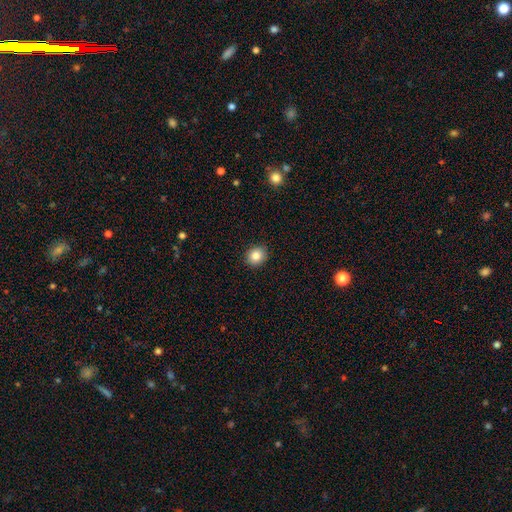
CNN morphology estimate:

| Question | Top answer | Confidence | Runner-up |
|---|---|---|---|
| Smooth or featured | smooth | 85% | star or artifact (10%) |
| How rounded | round | 79% | in between (20%) |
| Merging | none | 91% | minor disturbance (6%) |